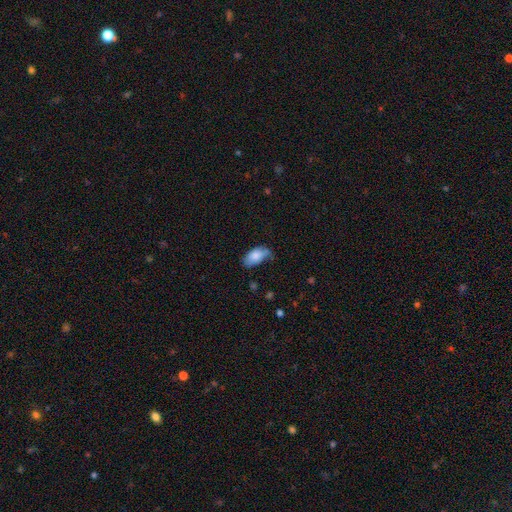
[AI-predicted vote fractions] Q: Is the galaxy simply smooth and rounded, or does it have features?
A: smooth — 82%.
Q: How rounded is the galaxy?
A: in between — 93%.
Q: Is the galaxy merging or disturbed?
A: none — 49%.